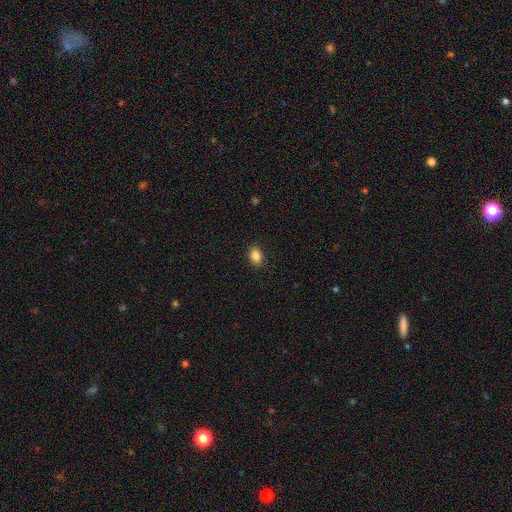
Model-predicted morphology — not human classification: This is clearly a smooth galaxy (86%). How rounded: likely in between (76%). Merging: clearly none (89%).